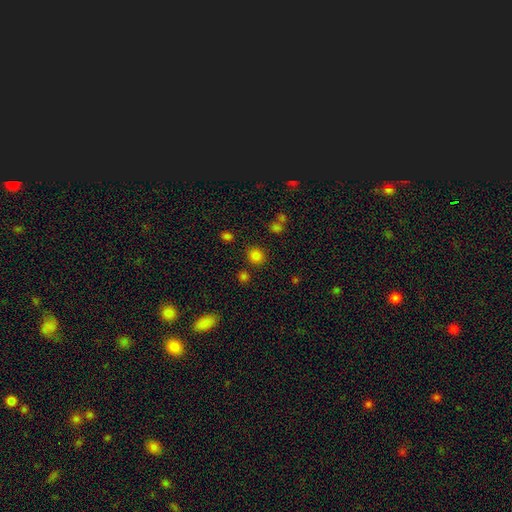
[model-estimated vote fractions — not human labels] Overall: smooth (81%). How rounded: round (82%). Merging: none (85%).